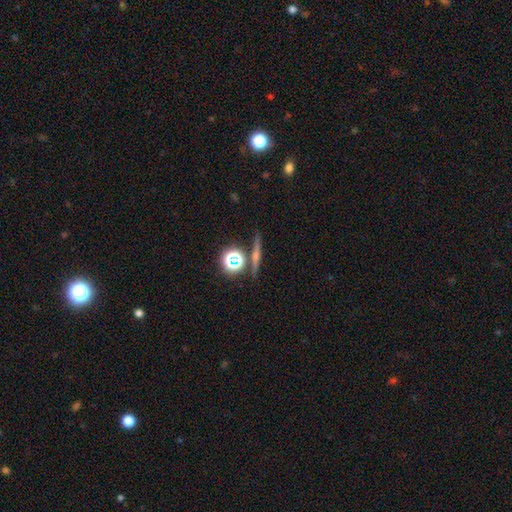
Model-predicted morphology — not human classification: Q: Smooth or featured?
A: featured or disk (47%); runner-up: star or artifact (29%)
Q: Merging?
A: none (84%); runner-up: minor disturbance (7%)